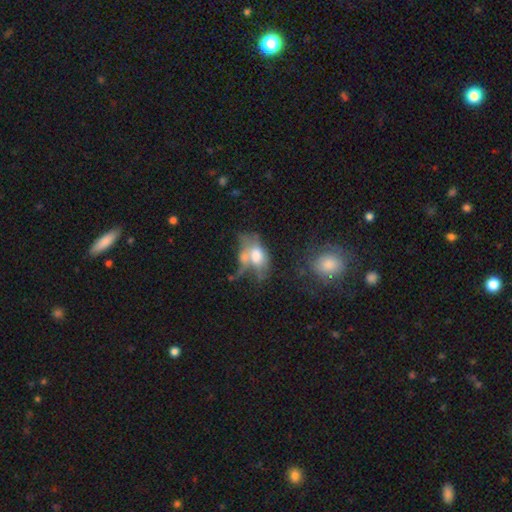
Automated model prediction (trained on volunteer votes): Overall: smooth (58%; featured or disk 32%). How rounded: in between (85%). Merging: merger (48%; major disturbance 20%).